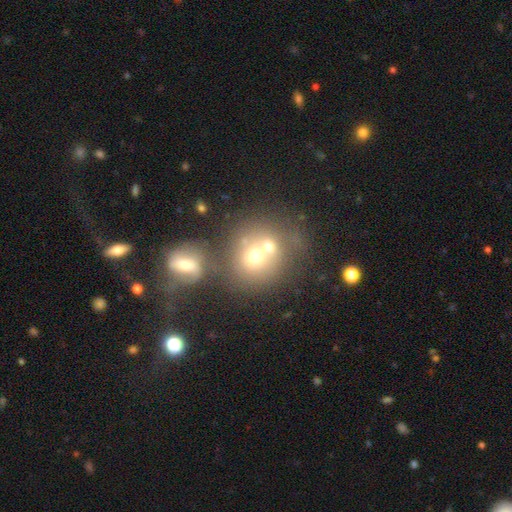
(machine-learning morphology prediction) Smooth or featured: smooth — 60% (featured or disk — 25%)
How rounded: round — 79% (in between — 20%)
Merging: merger — 53% (none — 34%)